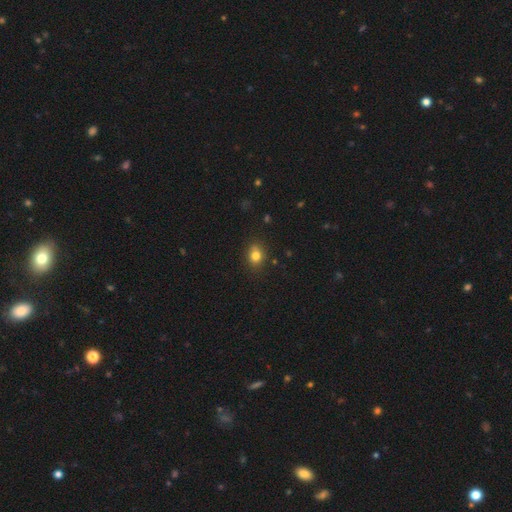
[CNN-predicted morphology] Smooth or featured? smooth (81%)
How rounded? round (50%)
Merging? none (84%)